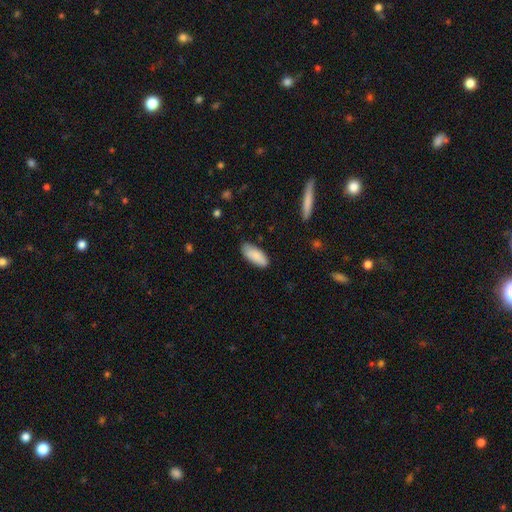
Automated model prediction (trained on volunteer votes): Overall: smooth (87%). How rounded: in between (85%). Merging: none (81%).